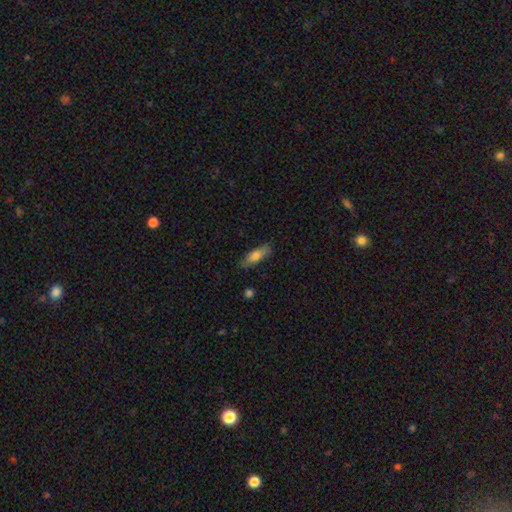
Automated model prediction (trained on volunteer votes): This appears to be a smooth galaxy with no disk features (70%) that is cigar-shaped (50%). Merging: none (83%).